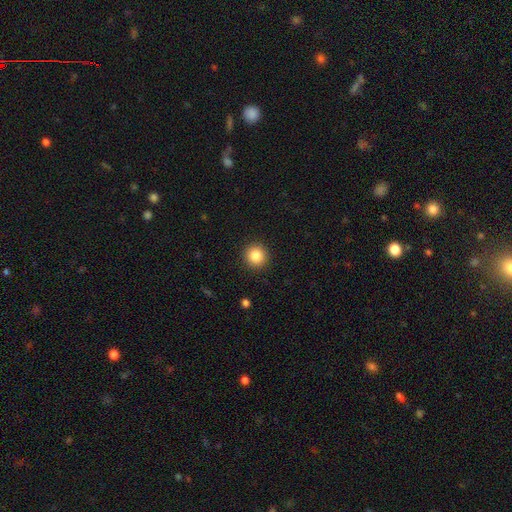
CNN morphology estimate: smooth 85%, star or artifact 10%, featured or disk 5%. Down the decision tree: how rounded — round (94%); merging — none (92%).